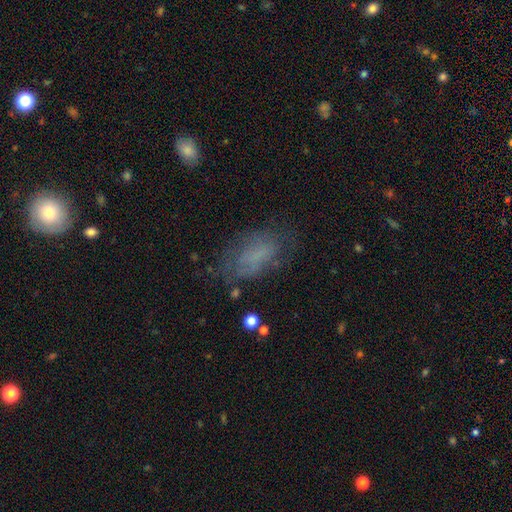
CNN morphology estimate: type=smooth (55%); roundness=in between (88%); merging=none (62%).